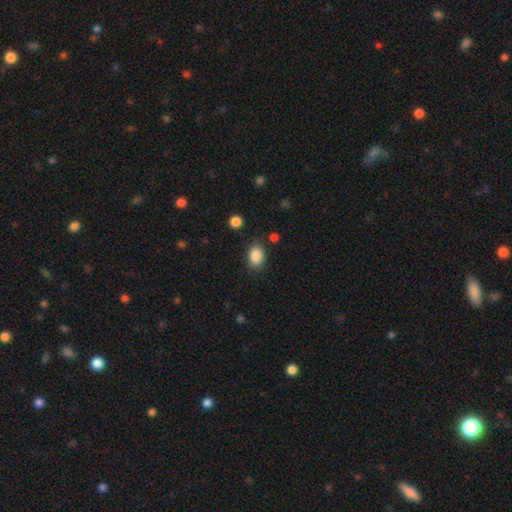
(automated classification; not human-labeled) Smooth or featured?
  - smooth: 88% *
  - star or artifact: 8%
  - featured or disk: 4%
How rounded?
  - in between: 83% *
  - round: 15%
  - cigar-shaped: 1%
Merging?
  - none: 83% *
  - minor disturbance: 12%
  - major disturbance: 3%
  - merger: 2%